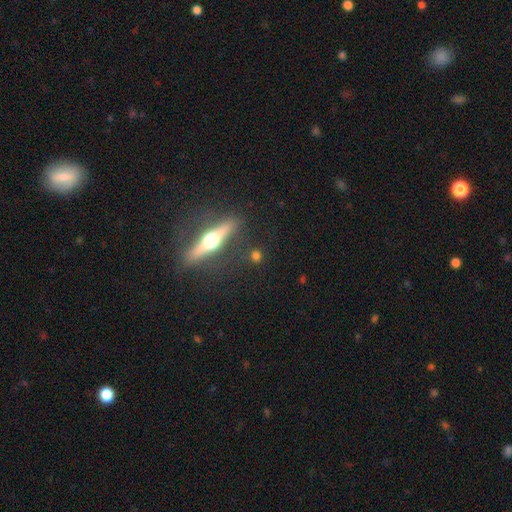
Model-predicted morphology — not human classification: Overall: smooth (44%; featured or disk 43%). Merging: none (83%).